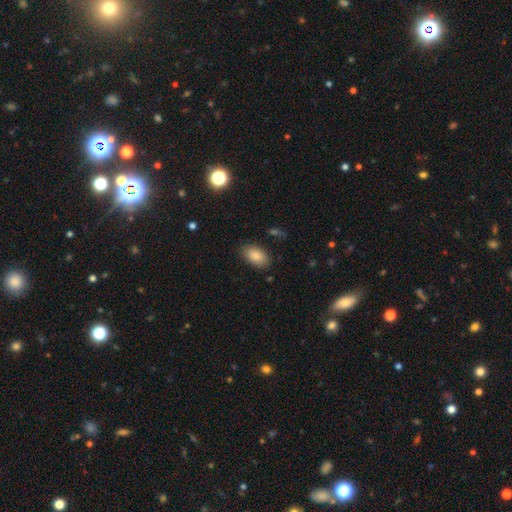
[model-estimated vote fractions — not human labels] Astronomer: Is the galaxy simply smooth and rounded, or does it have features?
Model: smooth — 86%.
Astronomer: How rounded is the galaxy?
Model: in between — 93%.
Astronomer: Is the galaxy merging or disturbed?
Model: none — 85%.